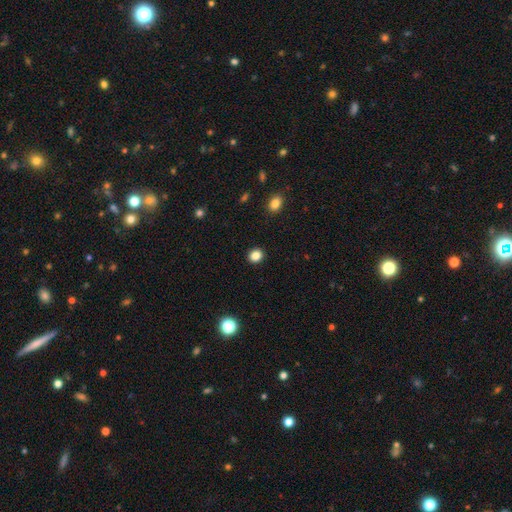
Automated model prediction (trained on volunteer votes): smooth 85%, star or artifact 11%, featured or disk 4%. Down the decision tree: how rounded — round (76%); merging — none (92%).